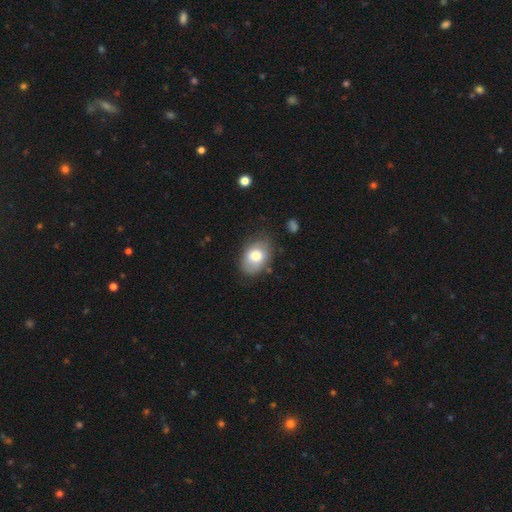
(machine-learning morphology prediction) The model was most divided on "merging": none: 72%, minor disturbance: 20%, major disturbance: 5%, merger: 2%. More confident: how rounded — in between (81%); smooth or featured — smooth (76%).